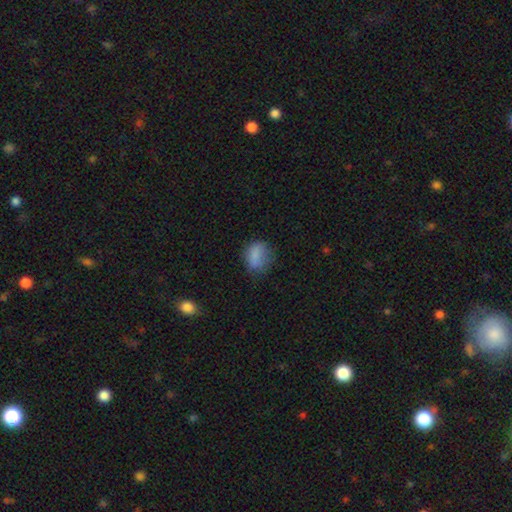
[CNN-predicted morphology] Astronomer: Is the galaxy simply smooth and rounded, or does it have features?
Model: smooth — 78%.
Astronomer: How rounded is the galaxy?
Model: in between — 53% (runner-up: round, 45%).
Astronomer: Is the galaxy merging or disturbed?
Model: none — 55%.